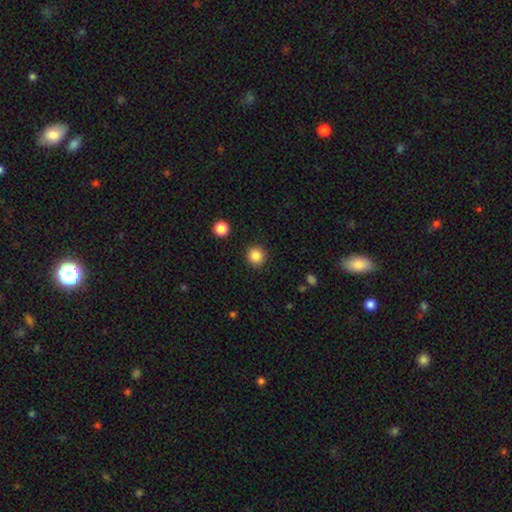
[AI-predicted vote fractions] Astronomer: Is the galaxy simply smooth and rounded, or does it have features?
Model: smooth — 86%.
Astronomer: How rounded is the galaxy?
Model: round — 94%.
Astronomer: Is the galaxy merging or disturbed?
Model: none — 91%.